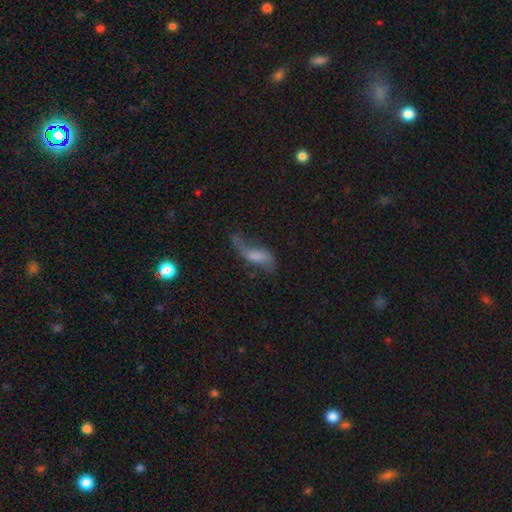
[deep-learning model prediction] Morphology: type=featured or disk (53%); edge-on=no (85%); merging=none (38%).